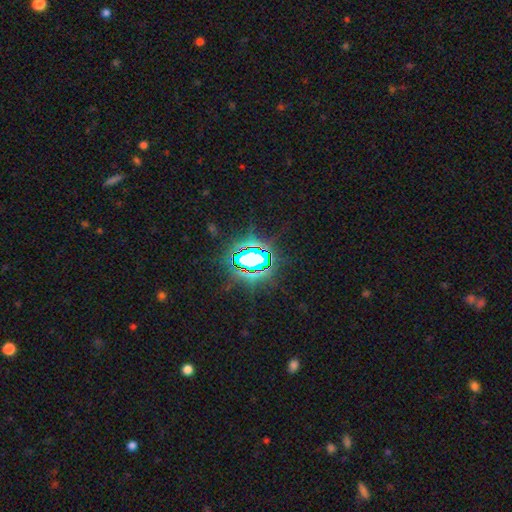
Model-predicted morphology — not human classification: The model was most divided on "smooth or featured": star or artifact: 80%, smooth: 12%, featured or disk: 9%.